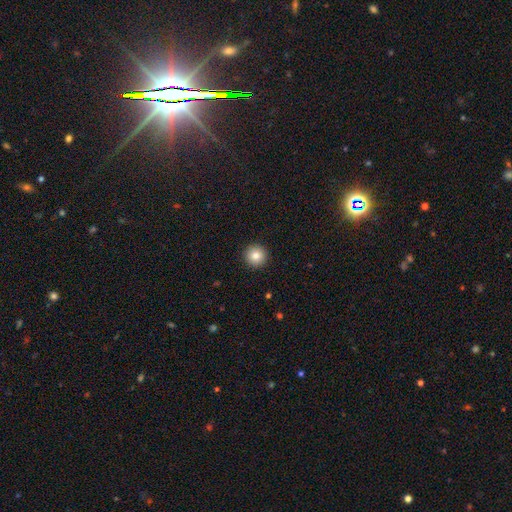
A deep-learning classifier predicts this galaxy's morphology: Smooth or featured? smooth (82%)
How rounded? round (96%)
Merging? none (93%)